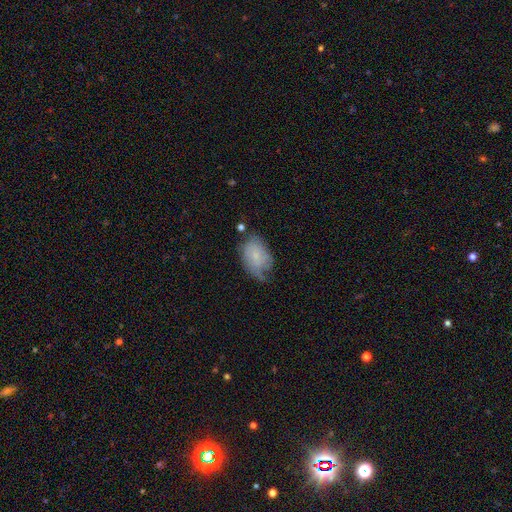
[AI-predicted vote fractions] This is possibly a smooth galaxy (54%). How rounded: clearly in between (85%). Merging: marginally none (40%).